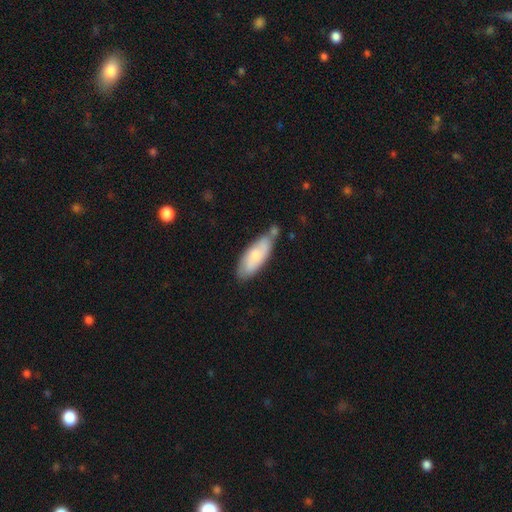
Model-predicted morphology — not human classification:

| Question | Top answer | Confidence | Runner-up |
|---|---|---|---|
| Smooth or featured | smooth | 64% | featured or disk (30%) |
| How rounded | in between | 67% | cigar-shaped (31%) |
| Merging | none | 57% | minor disturbance (24%) |